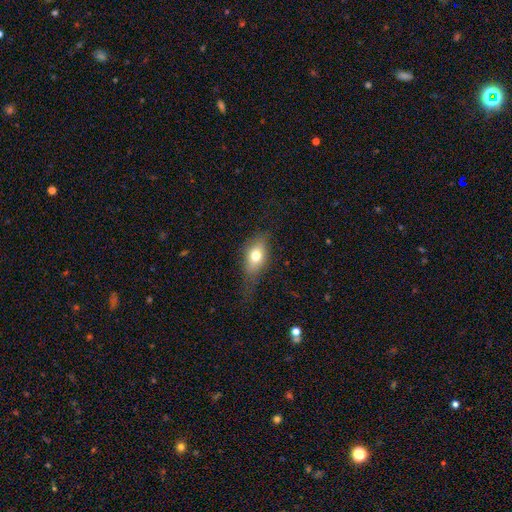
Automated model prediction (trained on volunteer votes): Morphology: type=smooth (69%); roundness=in between (78%); merging=none (58%).